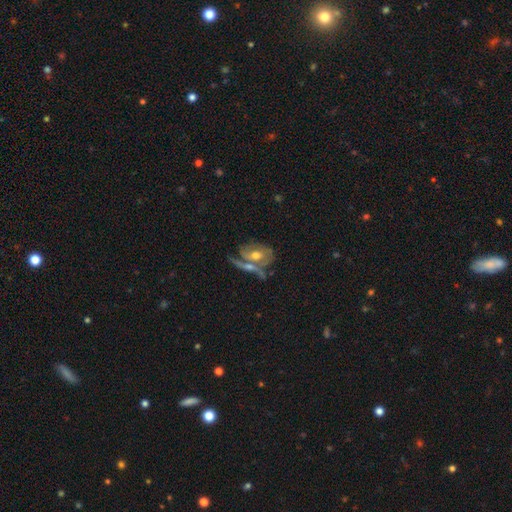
Smooth or featured? 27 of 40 (68%) said featured or disk. Edge-on disk? 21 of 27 (78%) said no. Bar? 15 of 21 (71%) said no. Spiral arms? 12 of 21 (57%) said yes. Spiral winding? 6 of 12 (50%) said tight. Spiral arm count? 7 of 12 (58%) said 2. Bulge size? 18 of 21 (86%) said moderate. Merging? 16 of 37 (43%) said merger.